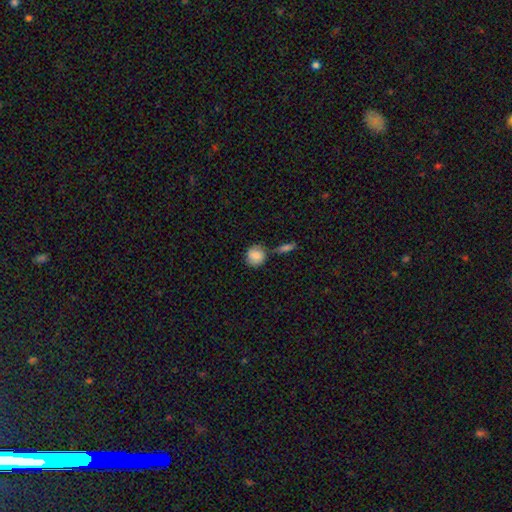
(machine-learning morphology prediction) The model was most divided on "merging": none: 63%, minor disturbance: 18%, merger: 14%, major disturbance: 5%. More confident: how rounded — round (83%); smooth or featured — smooth (82%).